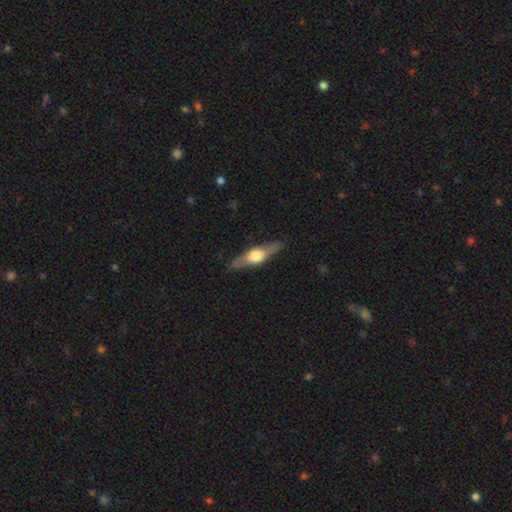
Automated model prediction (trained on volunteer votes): The model was most divided on "smooth or featured": featured or disk: 58%, smooth: 37%, star or artifact: 5%. More confident: edge-on bulge — rounded (91%); edge-on disk — yes (90%); merging — none (85%).